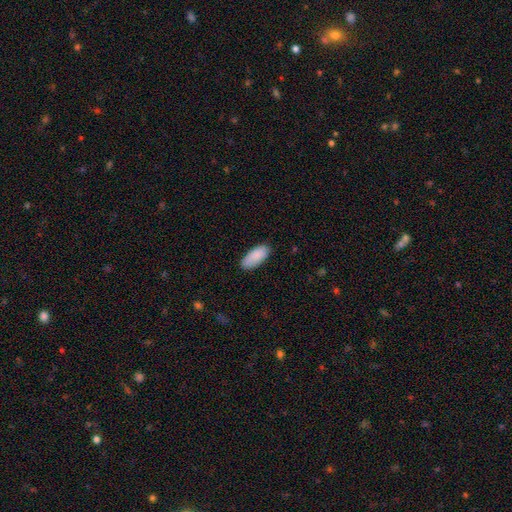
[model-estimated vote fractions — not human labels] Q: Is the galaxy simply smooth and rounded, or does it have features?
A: smooth — 89%.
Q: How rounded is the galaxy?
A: in between — 89%.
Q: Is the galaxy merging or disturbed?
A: none — 84%.